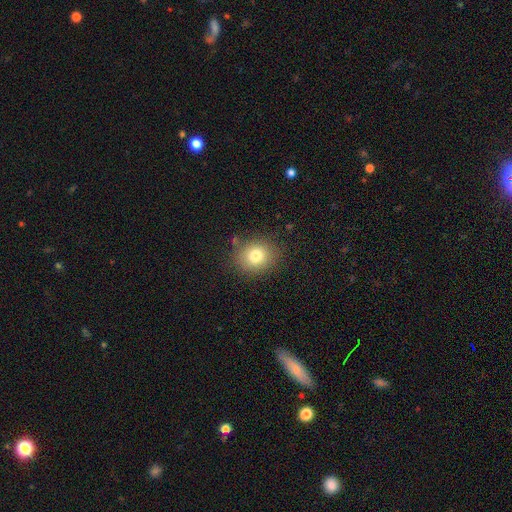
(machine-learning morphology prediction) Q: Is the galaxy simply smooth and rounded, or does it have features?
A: smooth — 79%.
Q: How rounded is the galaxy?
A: round — 74%.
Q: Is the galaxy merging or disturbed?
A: none — 84%.